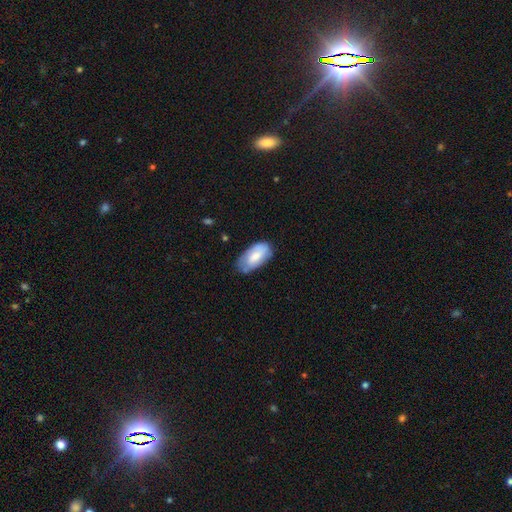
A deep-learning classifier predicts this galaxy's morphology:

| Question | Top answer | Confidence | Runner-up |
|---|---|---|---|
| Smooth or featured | smooth | 69% | featured or disk (25%) |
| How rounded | in between | 94% | cigar-shaped (3%) |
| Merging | none | 63% | minor disturbance (29%) |